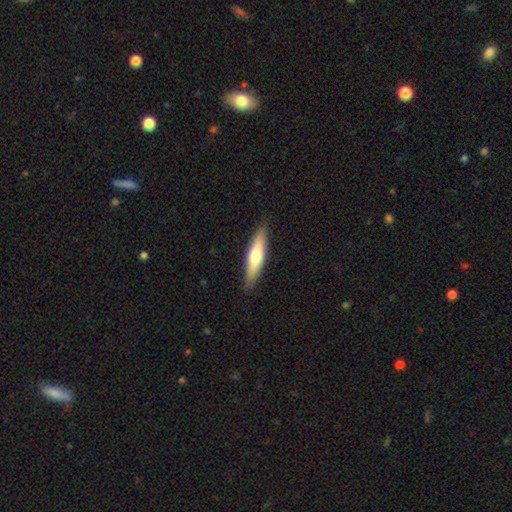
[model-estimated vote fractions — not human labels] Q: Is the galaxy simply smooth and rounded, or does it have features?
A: smooth — 61%.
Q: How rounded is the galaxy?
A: cigar-shaped — 72%.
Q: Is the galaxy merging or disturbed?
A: none — 87%.